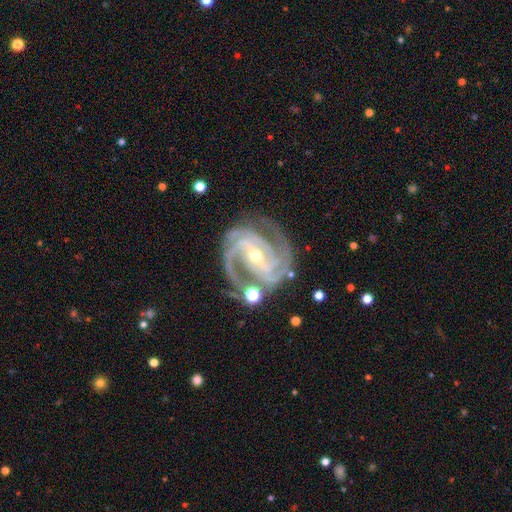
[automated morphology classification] Smooth or featured?
  - featured or disk: 93% *
  - star or artifact: 5%
  - smooth: 2%
Edge-on disk?
  - no: 98% *
  - yes: 2%
Bar?
  - strong: 52% *
  - weak: 33%
  - no: 14%
Spiral arms?
  - yes: 99% *
  - no: 1%
Spiral winding?
  - tight: 53% *
  - medium: 42%
  - loose: 5%
Spiral arm count?
  - 3: 46% *
  - 4: 21%
  - 2: 18%
  - can't tell: 6%
  - more than 4: 4%
  - 1: 4%
Bulge size?
  - small: 59% *
  - moderate: 38%
  - large: 1%
  - none: 1%
  - dominant: 1%
Merging?
  - none: 72% *
  - minor disturbance: 16%
  - major disturbance: 7%
  - merger: 4%